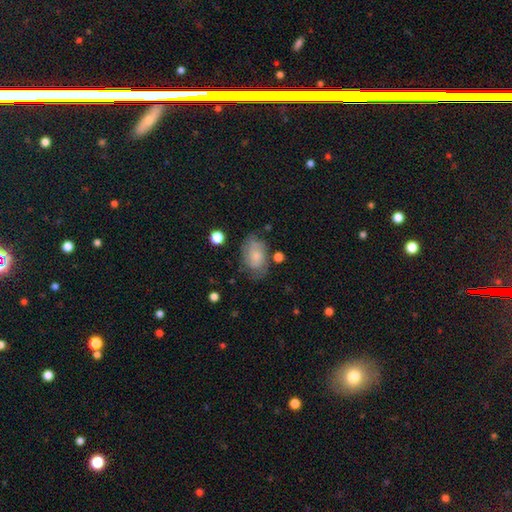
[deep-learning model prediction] Overall: smooth (50%; featured or disk 42%). Merging: none (61%; minor disturbance 24%).